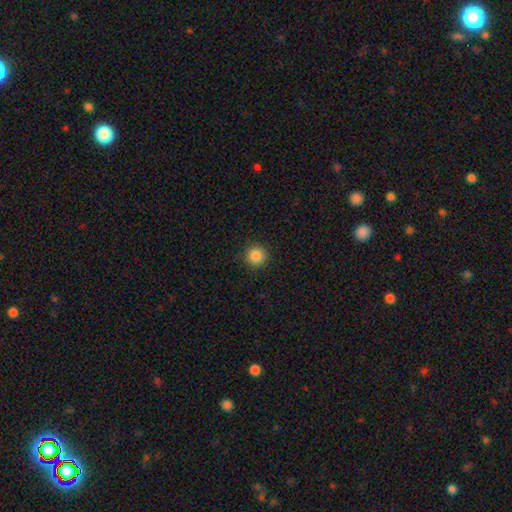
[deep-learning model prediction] Overall: smooth (85%). How rounded: round (95%). Merging: none (92%).